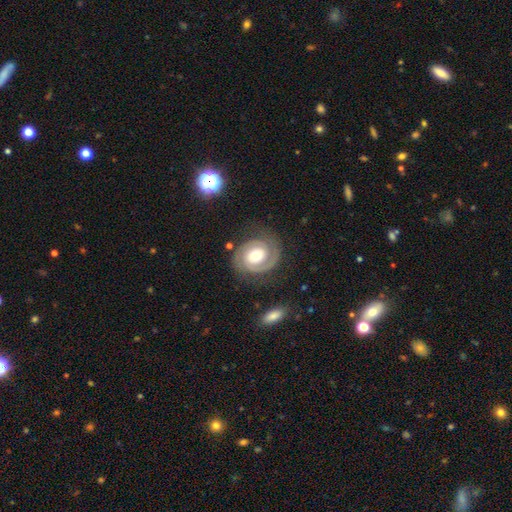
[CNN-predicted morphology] Overall: featured or disk (85%). Edge-on disk: no (98%). Bar: no (58%; weak 30%). Spiral arms: yes (96%). Spiral arm count: 2 (82%). Spiral winding: tight (67%; medium 28%). Bulge size: moderate (69%). Merging: none (78%).